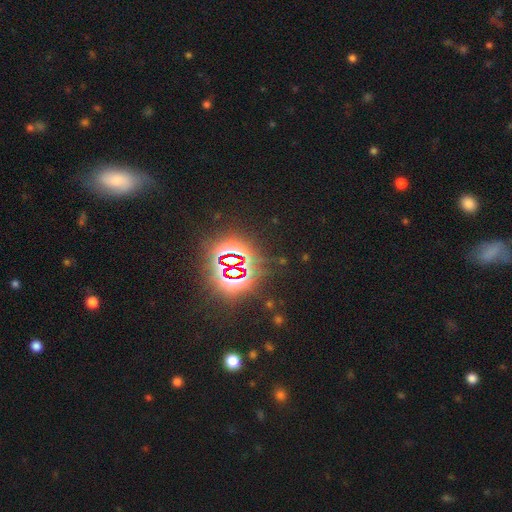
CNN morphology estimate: This is clearly a star or artifact rather than a galaxy (82%).